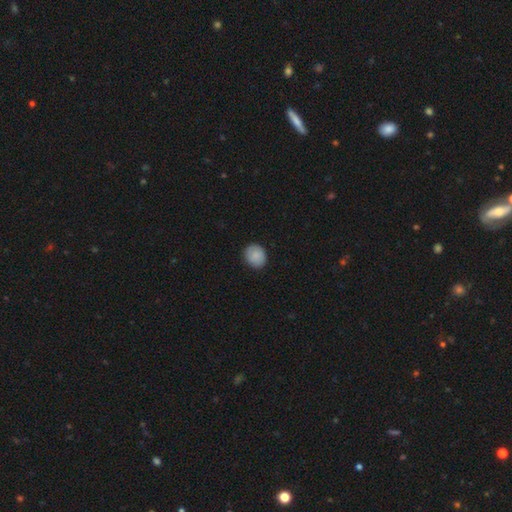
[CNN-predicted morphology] A smooth galaxy with no disk features (86%) that is round (78%). Merging: none (89%).